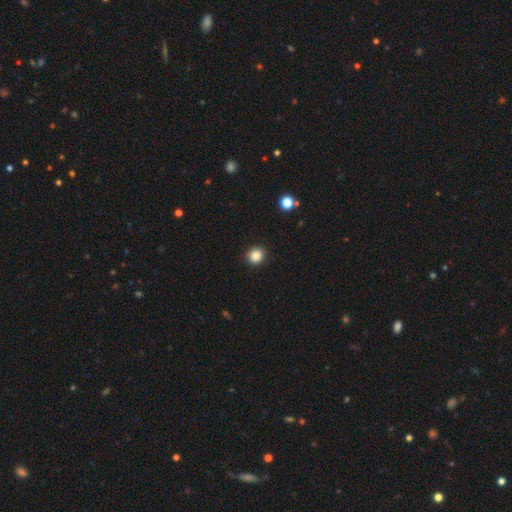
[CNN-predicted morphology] Smooth or featured? smooth (87%)
How rounded? round (84%)
Merging? none (90%)